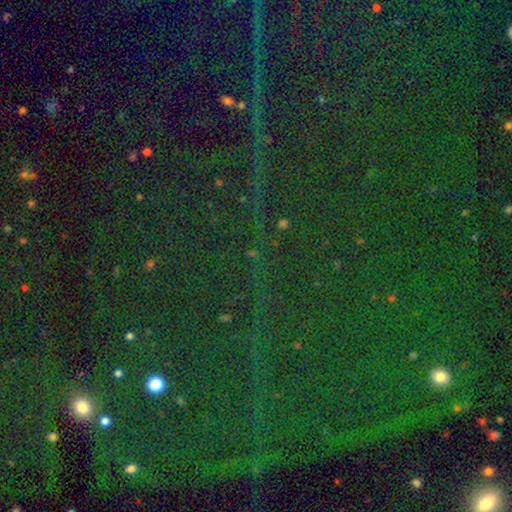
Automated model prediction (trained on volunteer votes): smooth_or_featured: star or artifact (p=0.83) [alt: smooth p=0.10]